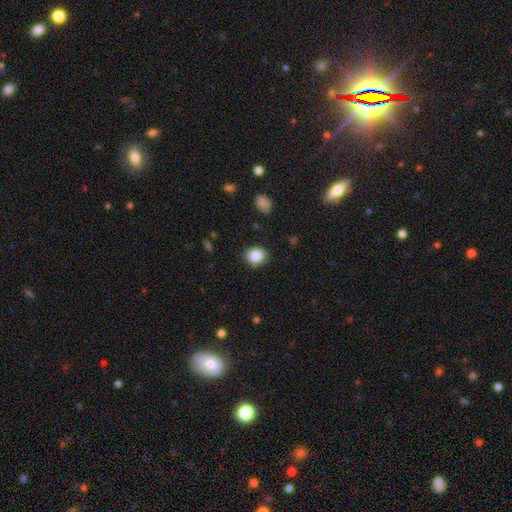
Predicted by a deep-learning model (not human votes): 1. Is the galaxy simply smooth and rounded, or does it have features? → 87% smooth, 9% star or artifact, 5% featured or disk.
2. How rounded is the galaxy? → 62% round, 37% in between, 1% cigar-shaped.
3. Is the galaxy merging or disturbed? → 83% none, 12% minor disturbance, 3% major disturbance, 2% merger.